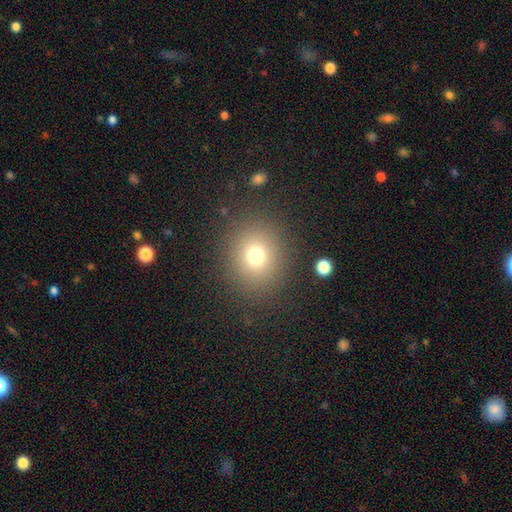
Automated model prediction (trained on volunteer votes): Smooth or featured? smooth (73%)
How rounded? round (81%)
Merging? none (86%)